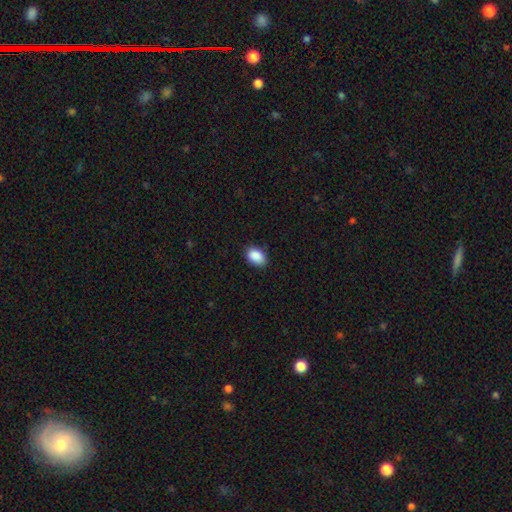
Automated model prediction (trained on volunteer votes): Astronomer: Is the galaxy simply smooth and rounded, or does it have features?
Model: smooth — 89%.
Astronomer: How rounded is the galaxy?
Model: in between — 85%.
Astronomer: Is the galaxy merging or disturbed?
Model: none — 84%.